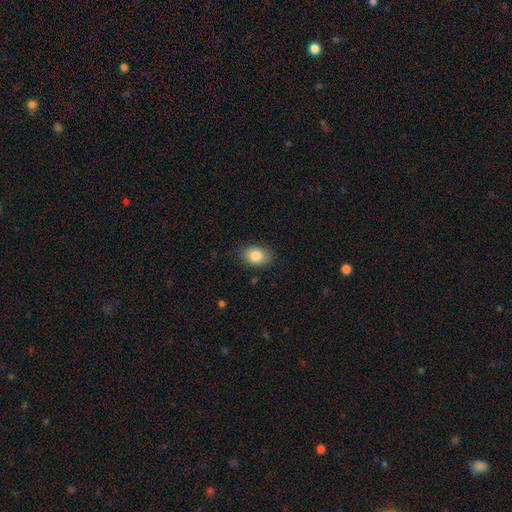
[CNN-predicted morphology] Smooth or featured? smooth (85%)
How rounded? in between (76%)
Merging? none (82%)